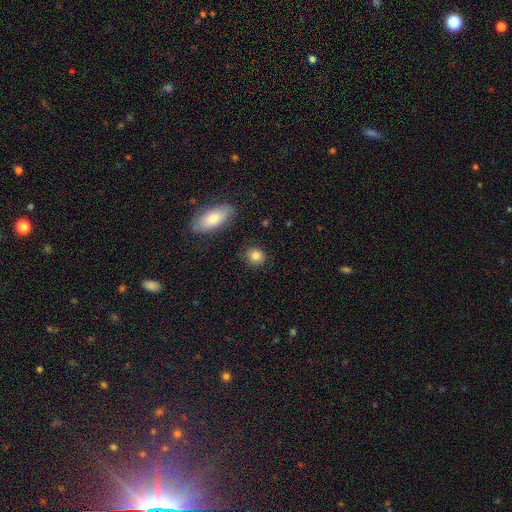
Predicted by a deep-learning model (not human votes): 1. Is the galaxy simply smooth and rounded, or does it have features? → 85% smooth, 9% star or artifact, 6% featured or disk.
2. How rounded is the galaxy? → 78% round, 20% in between, 2% cigar-shaped.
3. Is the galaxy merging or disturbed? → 84% none, 11% minor disturbance, 3% major disturbance, 2% merger.